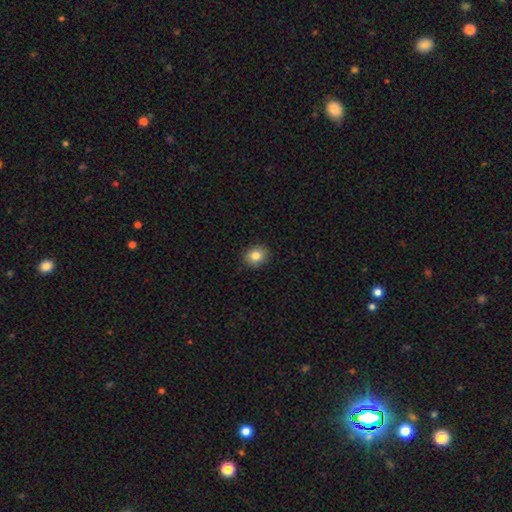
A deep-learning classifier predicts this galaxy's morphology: Smooth or featured: smooth — 83% (star or artifact — 10%)
How rounded: round — 63% (in between — 37%)
Merging: none — 89% (minor disturbance — 8%)